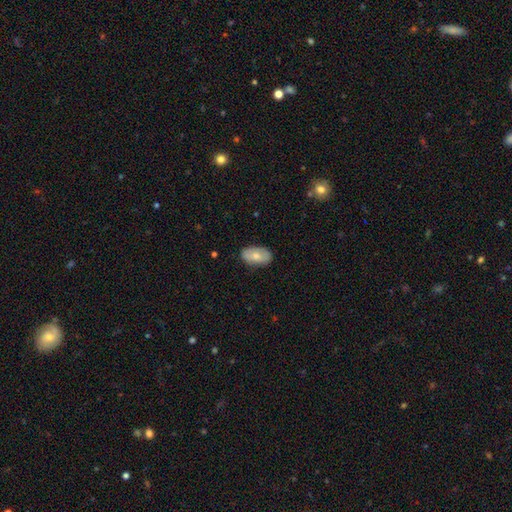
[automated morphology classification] smooth-or-featured: smooth: 71% | featured or disk: 23% | star or artifact: 6%
  how-rounded: in between: 94% | round: 5% | cigar-shaped: 2%
  merging: none: 82% | minor disturbance: 14% | major disturbance: 3% | merger: 1%